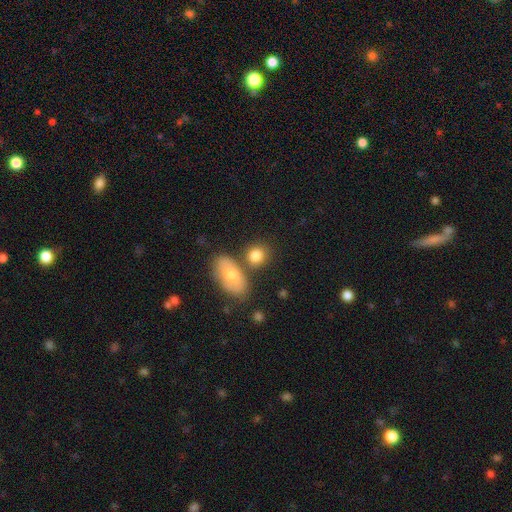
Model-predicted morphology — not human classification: Q: Smooth or featured?
A: smooth (82%); runner-up: featured or disk (10%)
Q: How rounded?
A: round (63%); runner-up: in between (35%)
Q: Merging?
A: none (66%); runner-up: merger (18%)